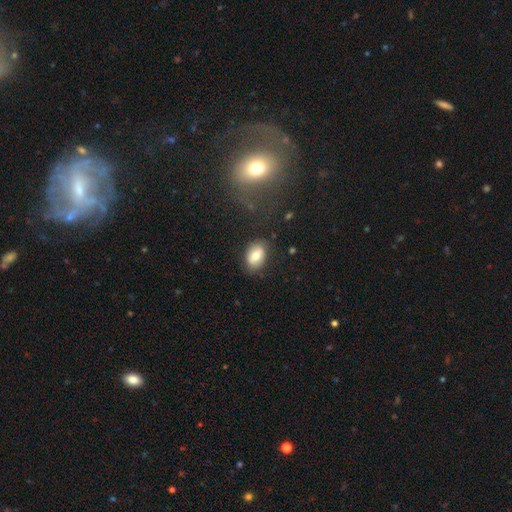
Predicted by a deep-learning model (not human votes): smooth-or-featured: smooth: 76% | featured or disk: 15% | star or artifact: 9%
  how-rounded: in between: 83% | round: 16% | cigar-shaped: 1%
  merging: none: 81% | minor disturbance: 13% | major disturbance: 3% | merger: 2%